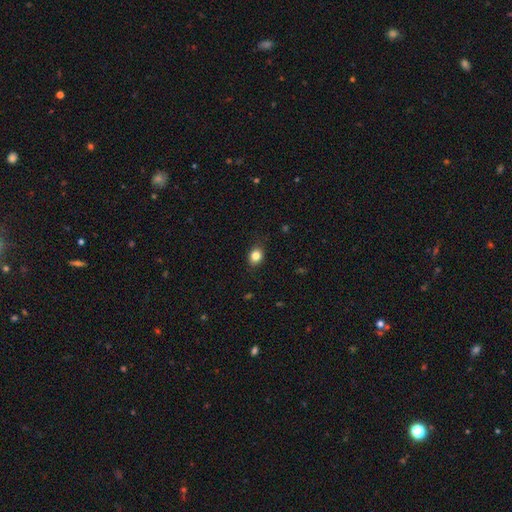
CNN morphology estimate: Smooth or featured?
  - smooth: 84% *
  - star or artifact: 10%
  - featured or disk: 6%
How rounded?
  - in between: 52% *
  - round: 47%
  - cigar-shaped: 1%
Merging?
  - none: 86% *
  - minor disturbance: 11%
  - major disturbance: 2%
  - merger: 1%